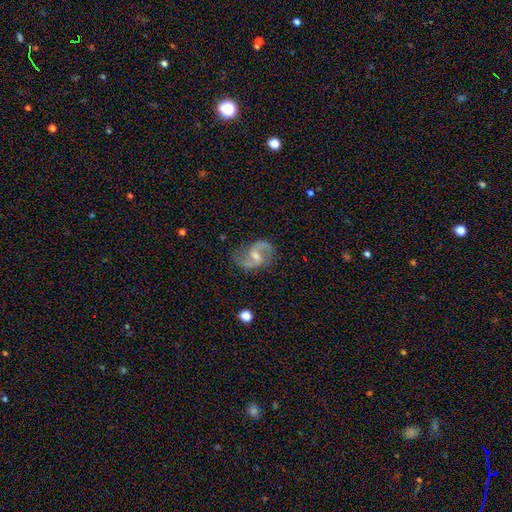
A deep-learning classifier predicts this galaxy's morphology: Smooth or featured? featured or disk (90%)
Edge-on disk? no (98%)
Bar? weak (54%)
Spiral arms? yes (97%)
Spiral winding? medium (49%)
Spiral arm count? 2 (94%)
Bulge size? small (44%, tied with moderate)
Merging? none (82%)